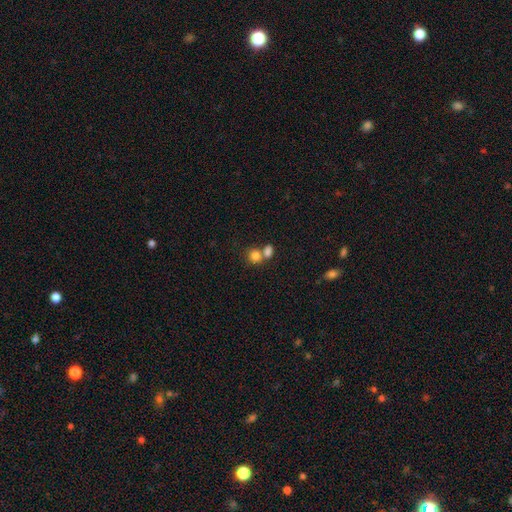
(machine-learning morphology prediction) A smooth galaxy with no disk features (82%) that is round (69%).

Vote fractions:
- Smooth or featured? smooth: 82% / star or artifact: 10% / featured or disk: 8%
- How rounded? round: 69% / in between: 30% / cigar-shaped: 1%
- Merging? merger: 48% / none: 41% / minor disturbance: 7% / major disturbance: 4%